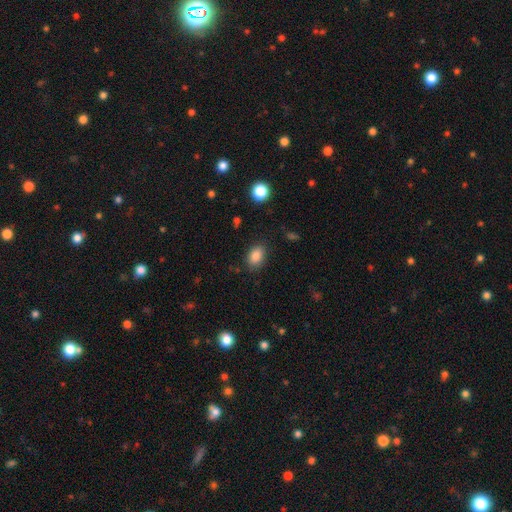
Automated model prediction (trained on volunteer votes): Smooth or featured? Predicted: smooth (p=0.87). How rounded? Predicted: in between (p=0.81). Merging? Predicted: none (p=0.83).